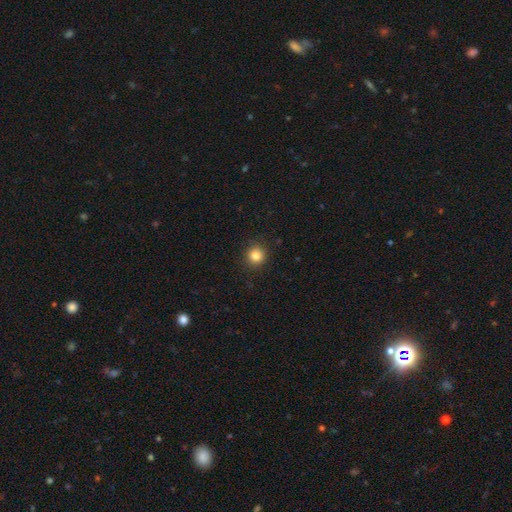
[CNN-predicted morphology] smooth-or-featured: smooth: 83% | star or artifact: 12% | featured or disk: 5%
  how-rounded: round: 92% | in between: 7% | cigar-shaped: 1%
  merging: none: 91% | minor disturbance: 6% | major disturbance: 2% | merger: 1%